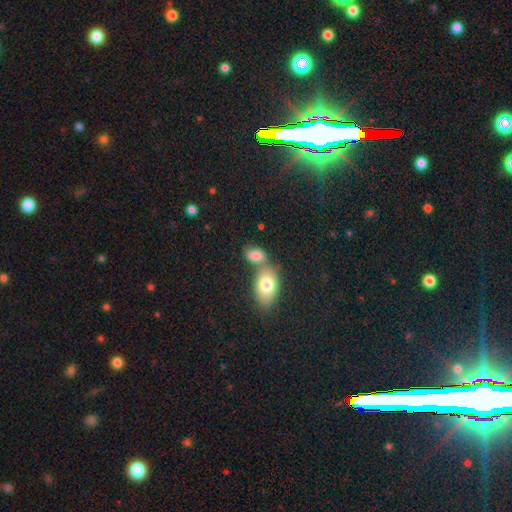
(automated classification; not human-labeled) A smooth galaxy with no disk features (79%) that is in between round and cigar-shaped (88%). Merging: merger (44%).